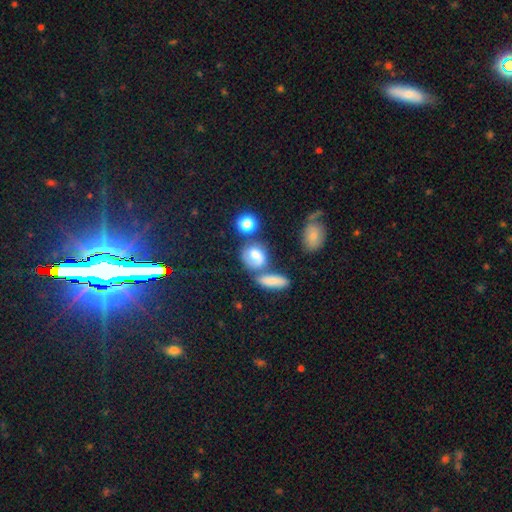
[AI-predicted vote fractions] The model was most divided on "how rounded": round: 56%, in between: 41%, cigar-shaped: 3%. Remaining: smooth or featured — smooth (64%); merging — none (45%).